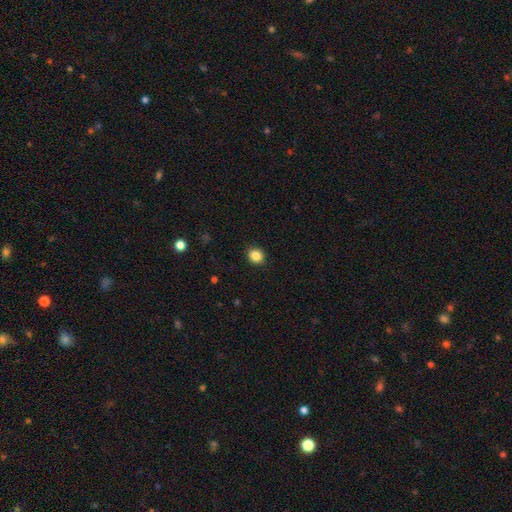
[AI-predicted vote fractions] Q: Smooth or featured?
A: smooth (86%); runner-up: star or artifact (10%)
Q: How rounded?
A: round (74%); runner-up: in between (25%)
Q: Merging?
A: none (91%); runner-up: minor disturbance (6%)